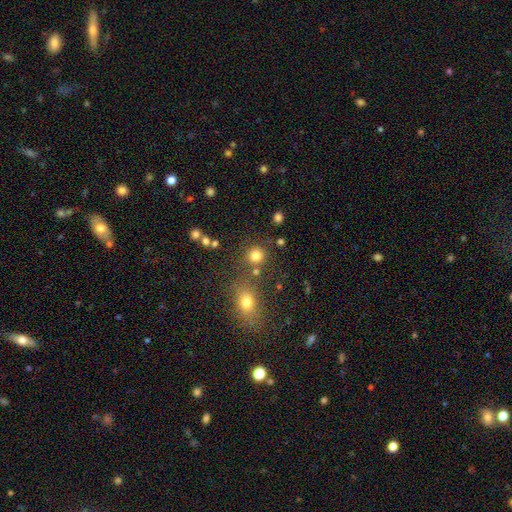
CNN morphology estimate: Smooth or featured?
  - smooth: 78% *
  - star or artifact: 15%
  - featured or disk: 7%
How rounded?
  - round: 89% *
  - in between: 10%
  - cigar-shaped: 1%
Merging?
  - none: 76% *
  - merger: 12%
  - minor disturbance: 8%
  - major disturbance: 4%